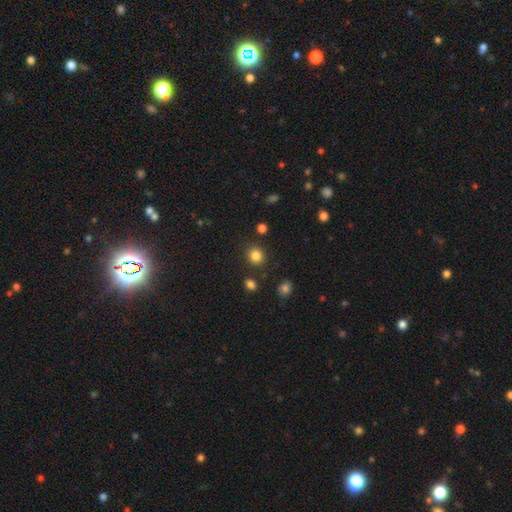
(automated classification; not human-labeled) smooth_or_featured: smooth (p=0.84) [alt: star or artifact p=0.12]
how_rounded: round (p=0.85) [alt: in between p=0.14]
merging: none (p=0.87) [alt: minor disturbance p=0.07]